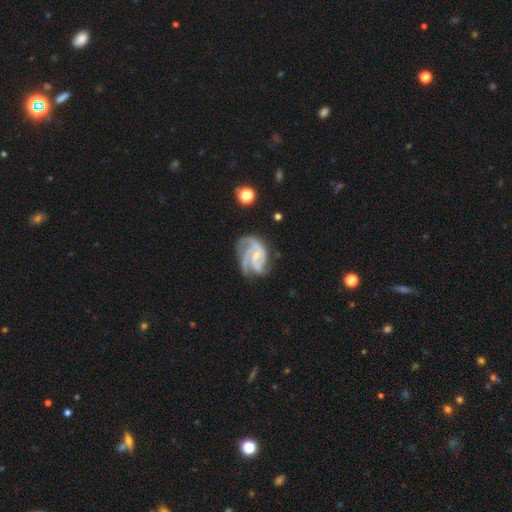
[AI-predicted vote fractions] Overall: featured or disk (90%). Edge-on disk: no (98%). Bar: no (49%; weak 40%). Spiral arms: yes (97%). Spiral arm count: 3 (49%; 2 27%). Spiral winding: medium (46%; tight 45%). Bulge size: small (64%; moderate 27%). Merging: none (54%; minor disturbance 24%).